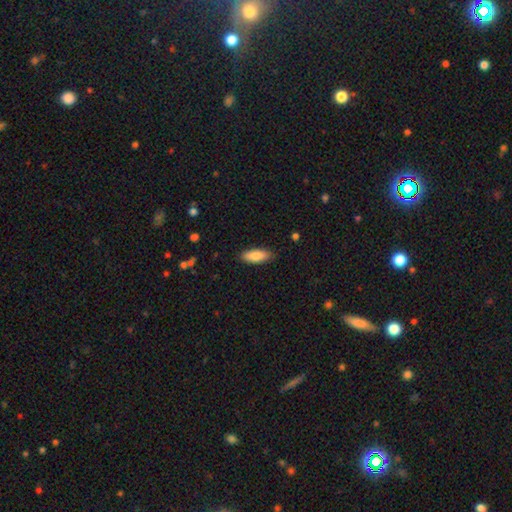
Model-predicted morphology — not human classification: Smooth or featured?
  - smooth: 84% *
  - featured or disk: 10%
  - star or artifact: 6%
How rounded?
  - in between: 72% *
  - cigar-shaped: 26%
  - round: 2%
Merging?
  - none: 87% *
  - minor disturbance: 10%
  - major disturbance: 2%
  - merger: 1%